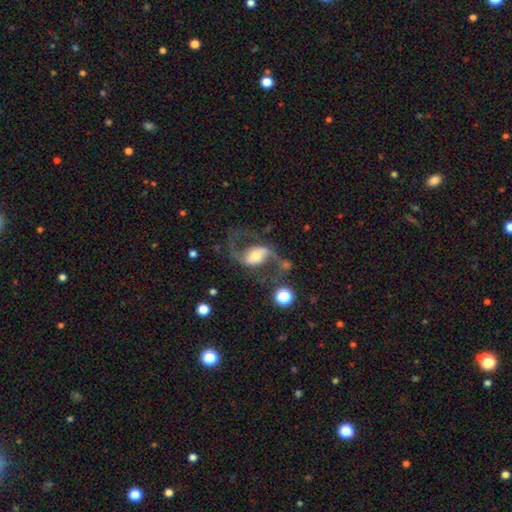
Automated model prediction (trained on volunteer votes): This is clearly a featured or disk galaxy (85%). It is clearly not viewed edge-on (97%). Bar: marginally weak (38%). Spiral arm pattern: clearly yes (94%). Spiral arm count: clearly 2 (92%). Spiral winding: possibly loose (58%). Central bulge: possibly moderate (53%). Merging: likely none (63%).